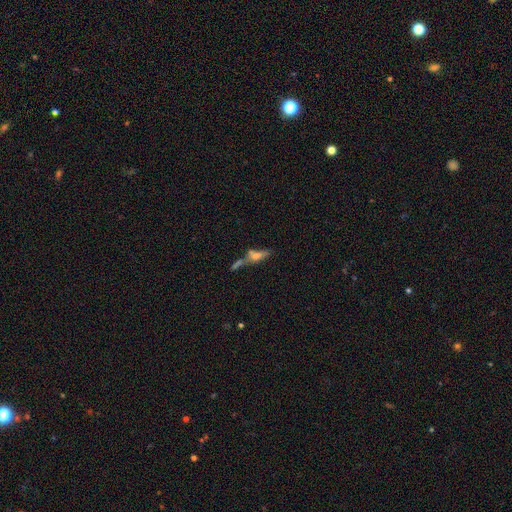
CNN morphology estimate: Overall: smooth (45%; featured or disk 43%). Merging: merger (40%; none 36%).